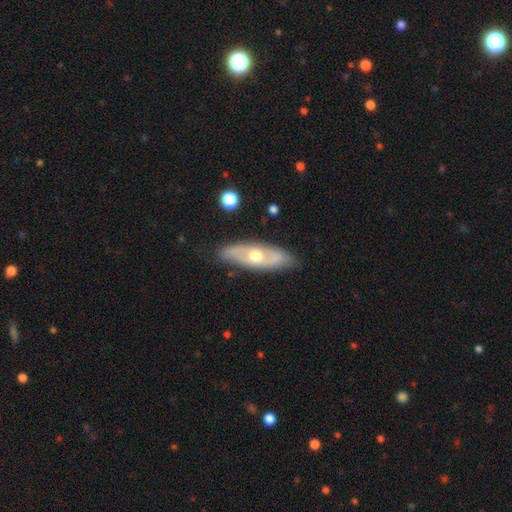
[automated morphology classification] This appears to be a featured or disk galaxy (60%). Merging: none (82%).